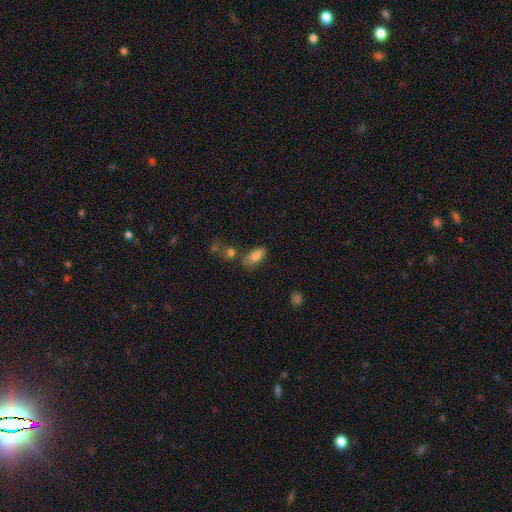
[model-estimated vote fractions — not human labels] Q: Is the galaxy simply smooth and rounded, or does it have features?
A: smooth — 82%.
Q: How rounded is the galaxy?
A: in between — 88%.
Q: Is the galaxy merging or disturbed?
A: none — 60%.